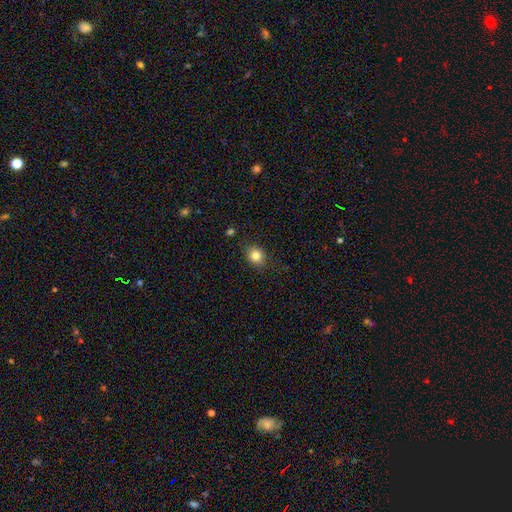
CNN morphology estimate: Overall: smooth (82%). How rounded: round (64%; in between 35%). Merging: none (85%).